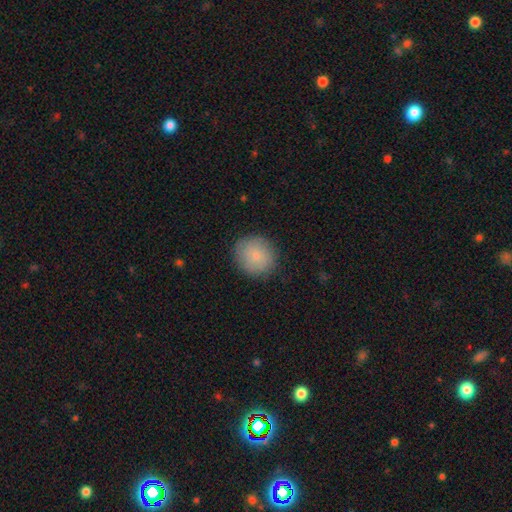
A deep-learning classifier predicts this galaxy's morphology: This appears to be a smooth galaxy with no disk features (83%) that is round (87%). Merging: none (87%).